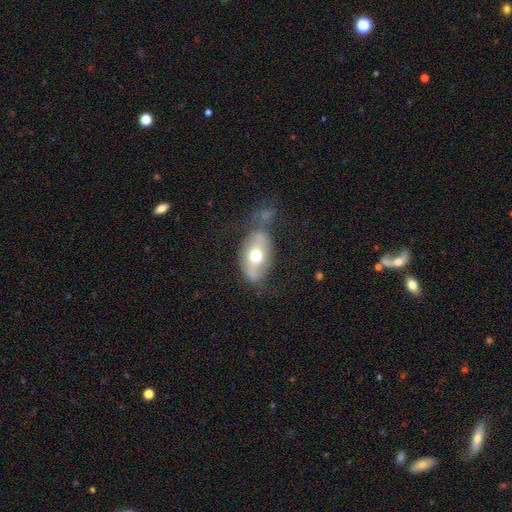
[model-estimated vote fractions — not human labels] This appears to be a featured or disk galaxy (47%). Merging: none (54%).